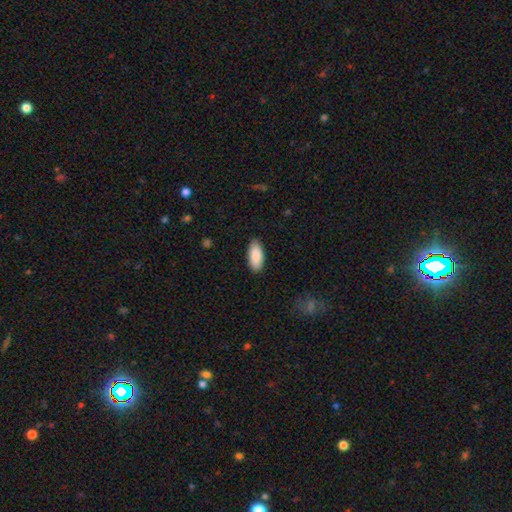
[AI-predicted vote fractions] Smooth or featured?
  - smooth: 90% *
  - star or artifact: 6%
  - featured or disk: 5%
How rounded?
  - in between: 88% *
  - cigar-shaped: 10%
  - round: 2%
Merging?
  - none: 89% *
  - minor disturbance: 9%
  - major disturbance: 2%
  - merger: 1%